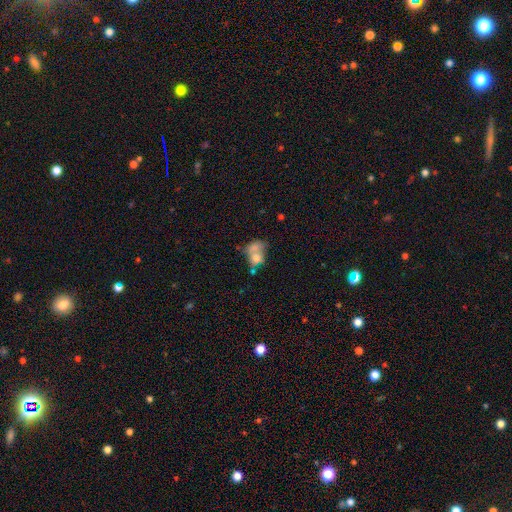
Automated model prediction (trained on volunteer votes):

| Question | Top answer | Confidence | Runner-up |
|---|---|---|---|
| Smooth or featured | smooth | 62% | featured or disk (27%) |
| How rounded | in between | 56% | round (42%) |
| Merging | merger | 61% | none (18%) |